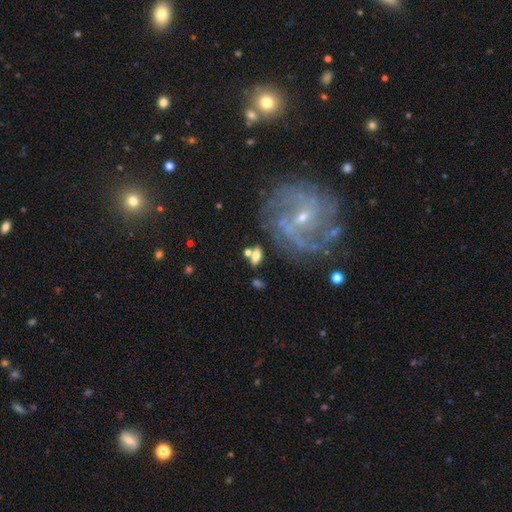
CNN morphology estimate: The model was most divided on "smooth or featured": smooth: 58%, featured or disk: 32%, star or artifact: 10%. More confident: how rounded — in between (82%); merging — none (65%).